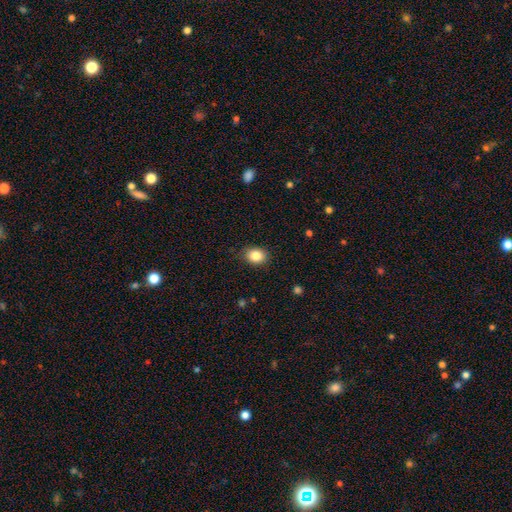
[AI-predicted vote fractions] Overall: smooth (85%). How rounded: in between (57%; round 42%). Merging: none (87%).